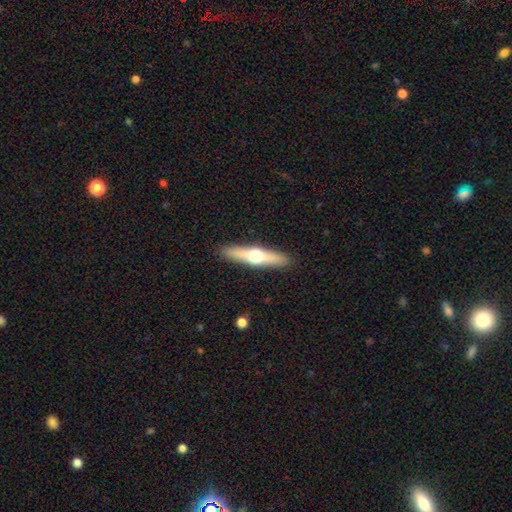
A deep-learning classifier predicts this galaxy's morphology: Q: Smooth or featured?
A: featured or disk (56%); runner-up: smooth (38%)
Q: Edge-on disk?
A: yes (94%); runner-up: no (6%)
Q: Edge-on bulge?
A: rounded (95%); runner-up: none (3%)
Q: Merging?
A: none (91%); runner-up: minor disturbance (7%)